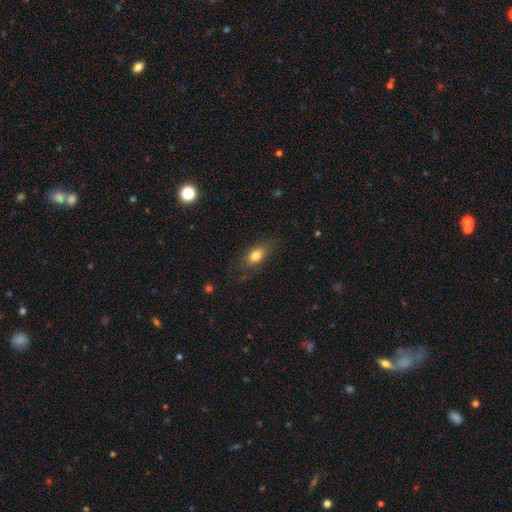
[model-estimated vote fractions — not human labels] Smooth or featured? Predicted: smooth (p=0.76). How rounded? Predicted: in between (p=0.80). Merging? Predicted: none (p=0.68).